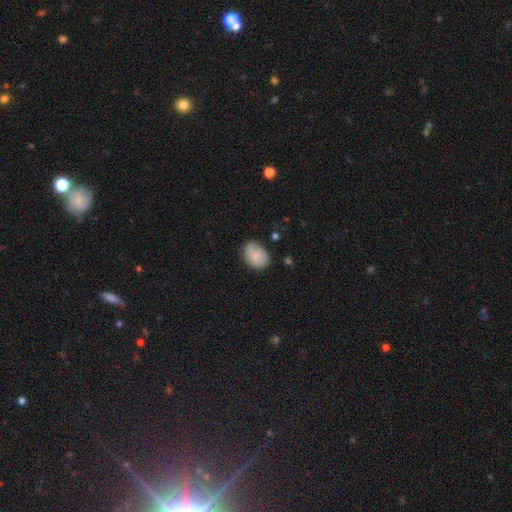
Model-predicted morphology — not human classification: type=smooth (81%); roundness=in between (70%); merging=none (72%).